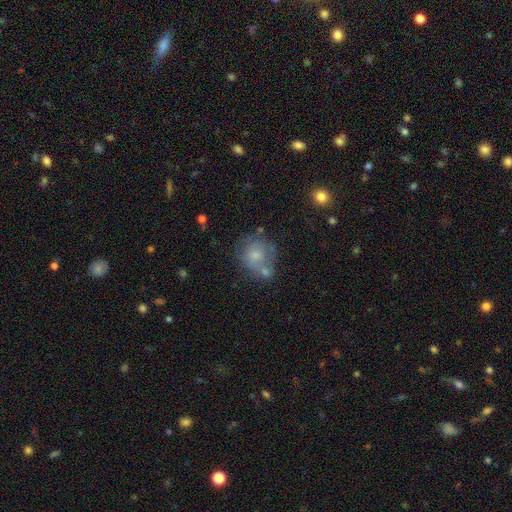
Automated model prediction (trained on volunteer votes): Smooth or featured?
  - smooth: 59% *
  - featured or disk: 32%
  - star or artifact: 9%
How rounded?
  - round: 76% *
  - in between: 23%
  - cigar-shaped: 1%
Merging?
  - none: 41% *
  - merger: 26%
  - minor disturbance: 21%
  - major disturbance: 13%